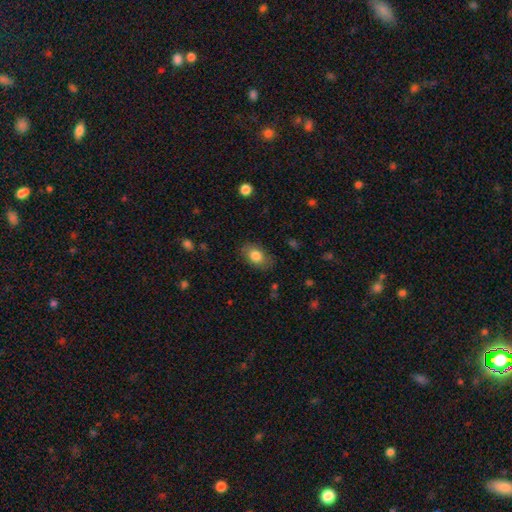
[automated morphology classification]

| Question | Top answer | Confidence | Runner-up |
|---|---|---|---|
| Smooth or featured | smooth | 81% | featured or disk (11%) |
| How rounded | in between | 84% | round (15%) |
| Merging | none | 81% | minor disturbance (14%) |